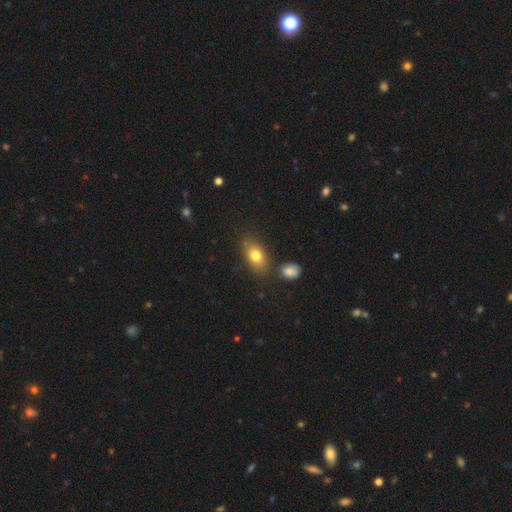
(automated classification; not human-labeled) Smooth or featured? Predicted: smooth (p=0.79). How rounded? Predicted: in between (p=0.82). Merging? Predicted: none (p=0.72).